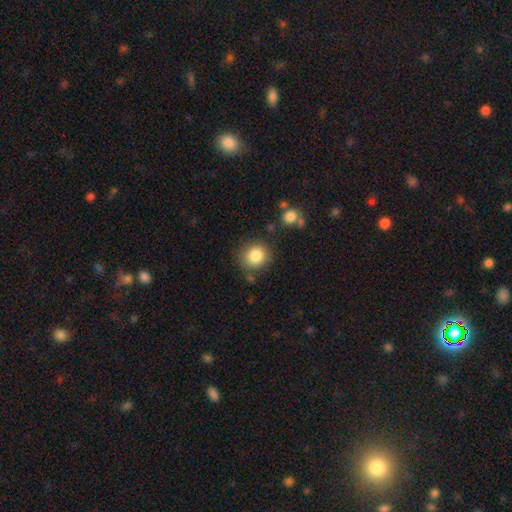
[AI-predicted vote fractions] This is clearly a smooth galaxy (83%). How rounded: clearly round (84%). Merging: clearly none (81%).